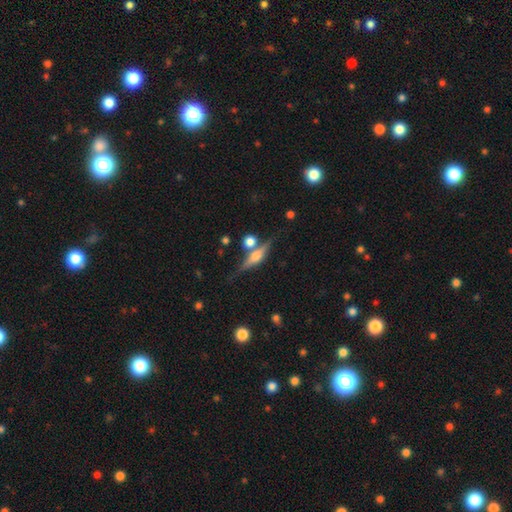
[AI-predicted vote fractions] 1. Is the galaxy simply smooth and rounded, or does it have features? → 64% featured or disk, 28% smooth, 8% star or artifact.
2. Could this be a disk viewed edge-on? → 94% yes, 6% no.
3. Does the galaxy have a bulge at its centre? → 84% rounded, 12% boxy, 5% none.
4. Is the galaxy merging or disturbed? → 71% none, 13% merger, 12% minor disturbance, 4% major disturbance.